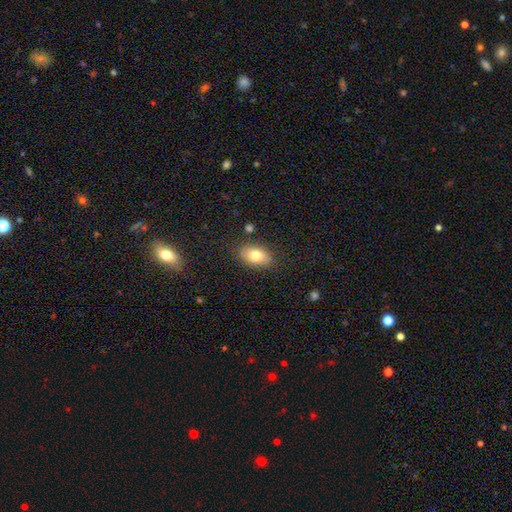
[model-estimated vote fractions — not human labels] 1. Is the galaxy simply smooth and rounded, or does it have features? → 78% smooth, 14% featured or disk, 8% star or artifact.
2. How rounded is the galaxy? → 89% in between, 9% round, 2% cigar-shaped.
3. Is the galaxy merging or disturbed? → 84% none, 11% minor disturbance, 3% major disturbance, 2% merger.